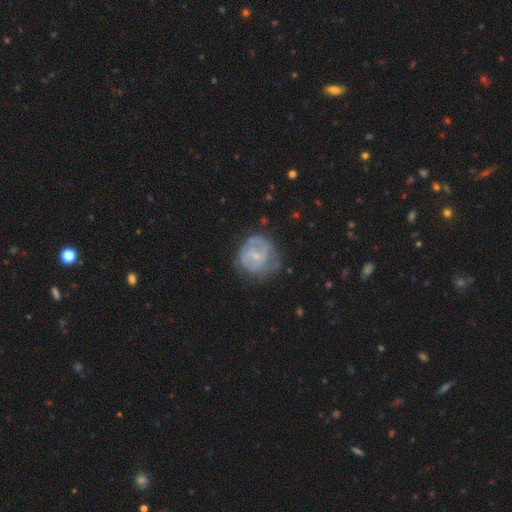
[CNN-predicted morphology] A featured or disk galaxy (64%) with no bar (61%), spiral arms (71%) and a small central bulge (71%). Merging: none (54%).